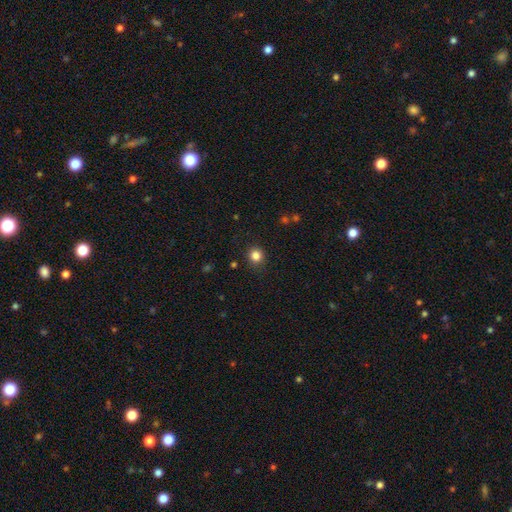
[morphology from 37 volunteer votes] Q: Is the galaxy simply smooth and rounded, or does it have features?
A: smooth — 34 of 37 (92%).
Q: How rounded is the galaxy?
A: round — 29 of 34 (85%).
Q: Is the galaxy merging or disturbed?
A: none — 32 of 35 (91%).